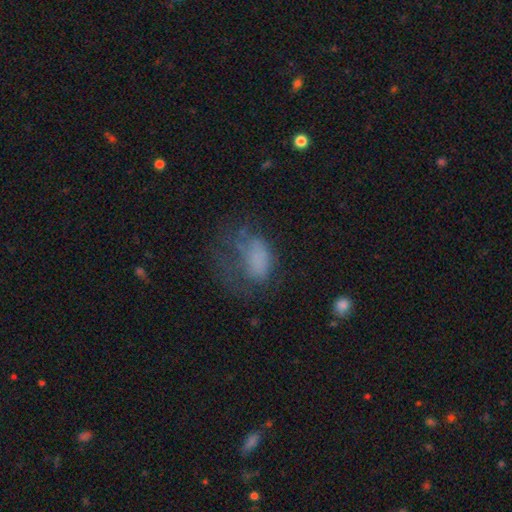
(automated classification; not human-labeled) Smooth or featured?
  - smooth: 56% *
  - featured or disk: 28%
  - star or artifact: 16%
How rounded?
  - in between: 80% *
  - round: 17%
  - cigar-shaped: 2%
Merging?
  - major disturbance: 51% *
  - none: 26%
  - minor disturbance: 20%
  - merger: 4%